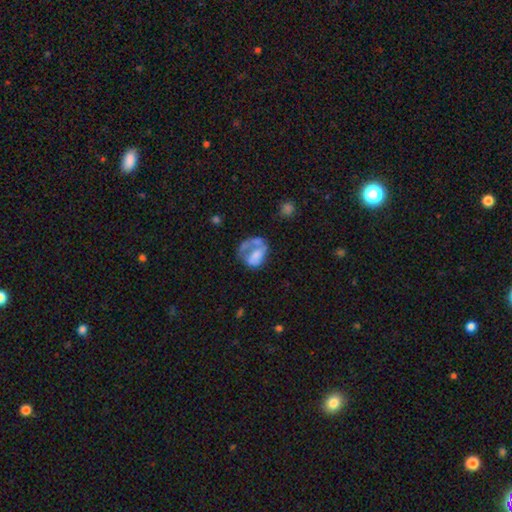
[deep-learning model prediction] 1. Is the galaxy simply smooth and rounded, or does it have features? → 48% featured or disk, 43% smooth, 9% star or artifact.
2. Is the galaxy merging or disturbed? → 38% major disturbance, 26% none, 20% minor disturbance, 16% merger.